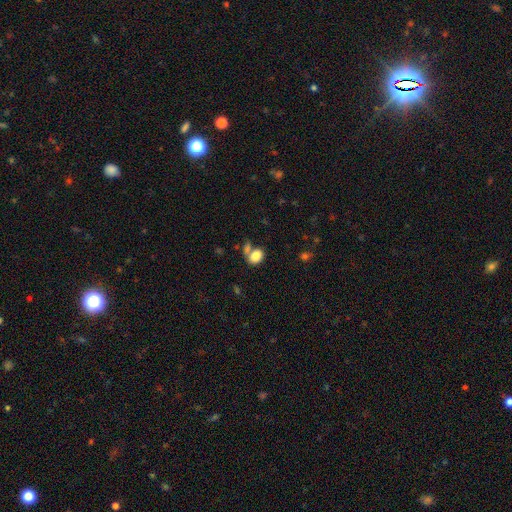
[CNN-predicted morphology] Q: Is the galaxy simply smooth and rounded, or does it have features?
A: smooth — 83%.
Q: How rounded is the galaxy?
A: in between — 68%.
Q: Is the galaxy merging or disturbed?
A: none — 48%.